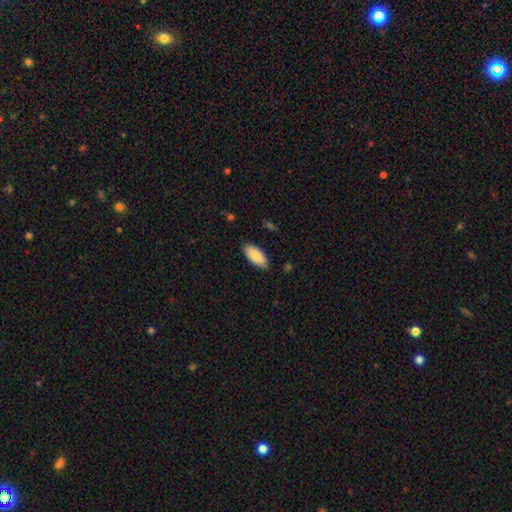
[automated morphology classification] A smooth galaxy with no disk features (88%) that is in between round and cigar-shaped (91%). Merging: none (88%).